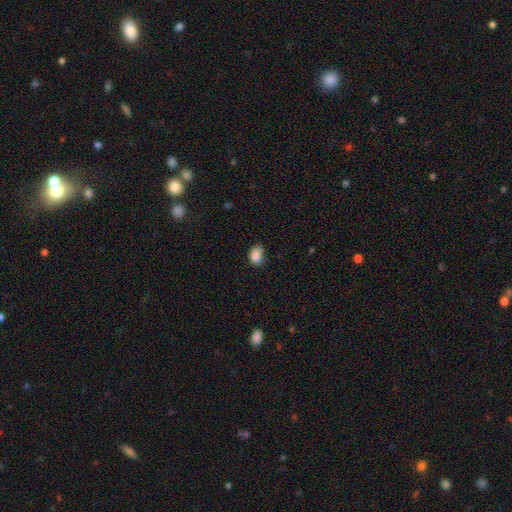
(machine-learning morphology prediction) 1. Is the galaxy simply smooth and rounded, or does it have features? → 85% smooth, 10% star or artifact, 6% featured or disk.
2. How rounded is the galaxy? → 66% in between, 33% round, 1% cigar-shaped.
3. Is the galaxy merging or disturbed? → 59% none, 32% minor disturbance, 7% major disturbance, 2% merger.